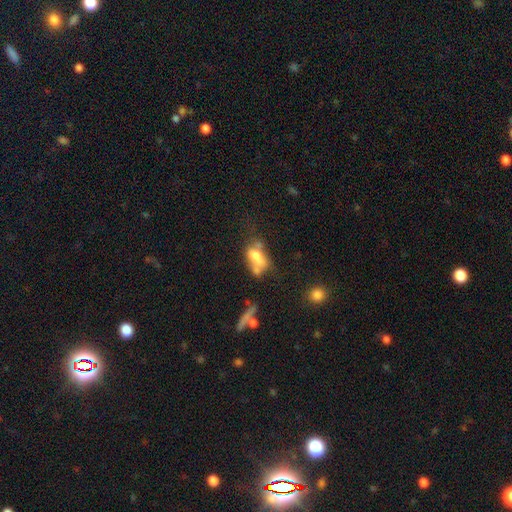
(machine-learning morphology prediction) This is possibly a smooth galaxy (53%). How rounded: clearly in between (80%). Merging: marginally merger (34%).